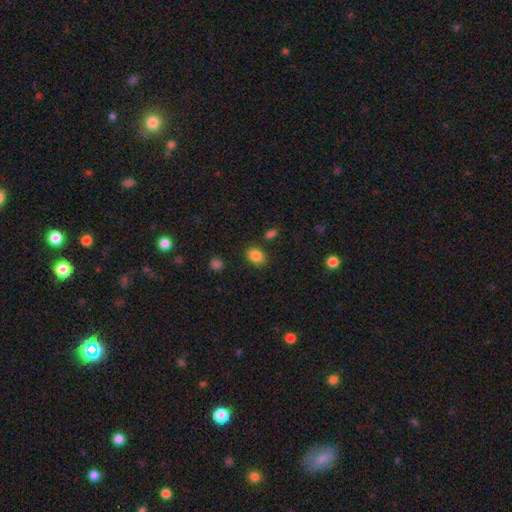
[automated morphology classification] The model was most divided on "how rounded": in between: 66%, round: 33%, cigar-shaped: 1%. More confident: smooth or featured — smooth (85%); merging — none (81%).